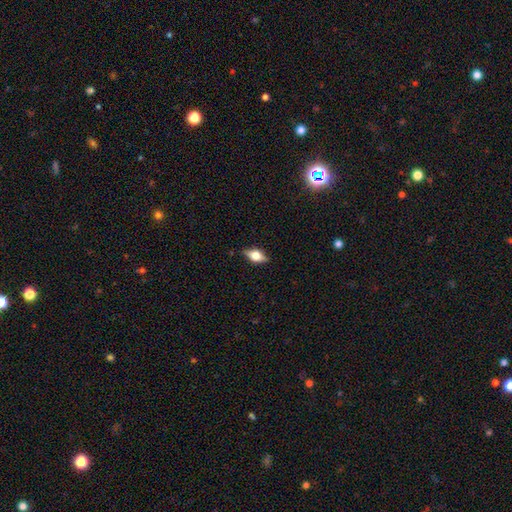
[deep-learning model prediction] smooth_or_featured: featured or disk (p=0.50) [alt: smooth p=0.42]
merging: none (p=0.84) [alt: minor disturbance p=0.12]